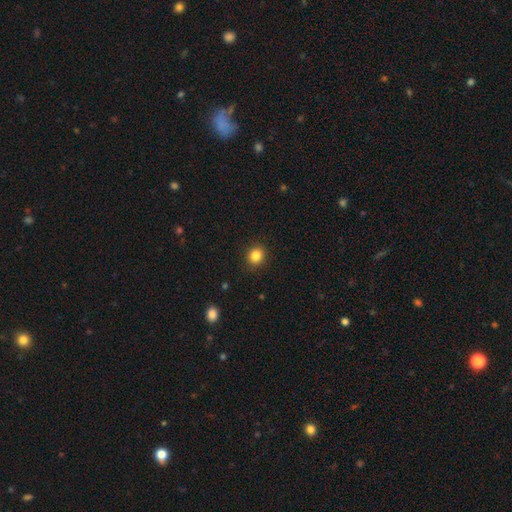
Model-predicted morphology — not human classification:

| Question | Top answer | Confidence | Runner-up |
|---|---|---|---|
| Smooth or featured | smooth | 85% | star or artifact (11%) |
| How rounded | round | 78% | in between (21%) |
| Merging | none | 90% | minor disturbance (7%) |